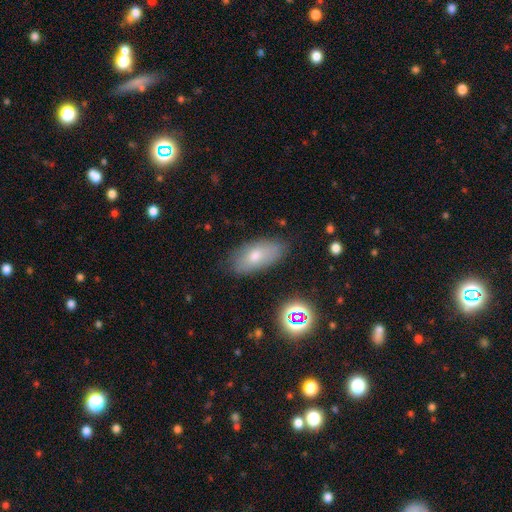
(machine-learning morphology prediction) smooth 69%, featured or disk 20%, star or artifact 11%. Down the decision tree: how rounded — in between (89%); merging — none (79%).